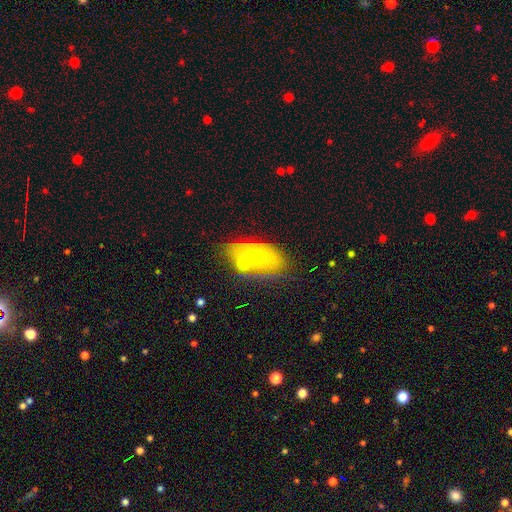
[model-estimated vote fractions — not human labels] smooth-or-featured: smooth: 48% | featured or disk: 41% | star or artifact: 11%
  merging: none: 51% | minor disturbance: 21% | merger: 20% | major disturbance: 9%